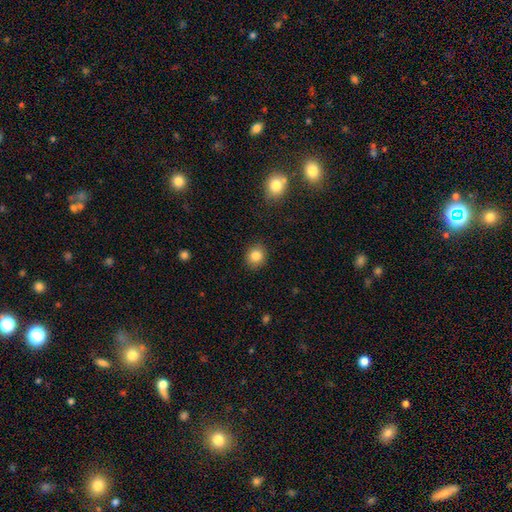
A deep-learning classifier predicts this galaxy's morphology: smooth-or-featured: smooth: 84% | star or artifact: 10% | featured or disk: 6%
  how-rounded: round: 76% | in between: 24% | cigar-shaped: 1%
  merging: none: 89% | minor disturbance: 8% | major disturbance: 2% | merger: 1%